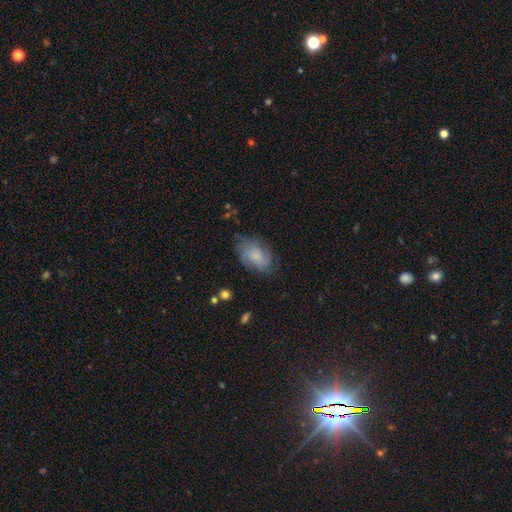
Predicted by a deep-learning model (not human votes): Morphology: type=featured or disk (58%); edge-on=no (96%); bar=no (73%); spiral arms=yes (90%); winding=tight (45%); arm count=can't tell (41%); bulge=small (42%); merging=none (70%).